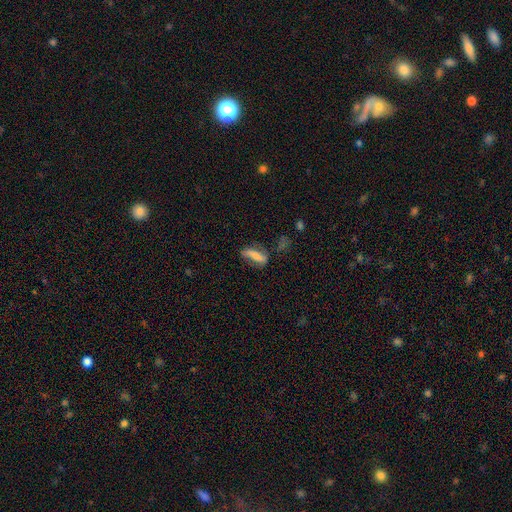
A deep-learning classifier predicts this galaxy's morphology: type=smooth (58%); roundness=cigar-shaped (49%); merging=none (54%).